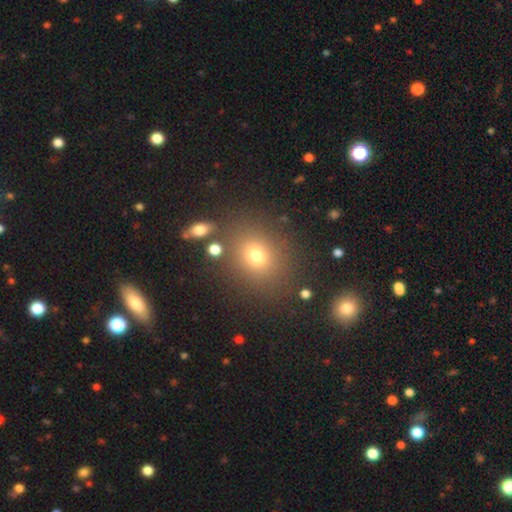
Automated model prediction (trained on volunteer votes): A smooth galaxy with no disk features (66%) that is round (71%). Merging: none (82%).